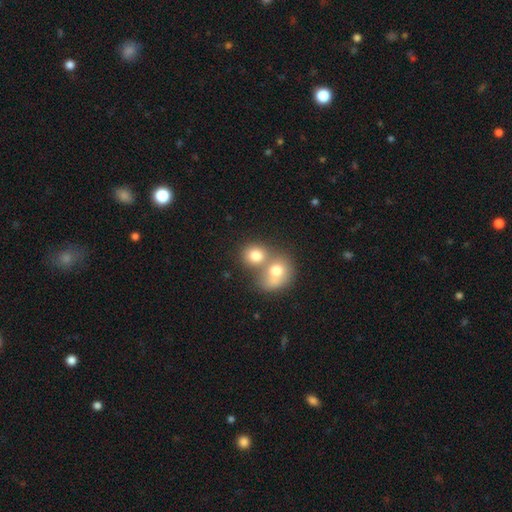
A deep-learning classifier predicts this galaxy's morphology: Smooth or featured? Predicted: smooth (p=0.76). How rounded? Predicted: round (p=0.71). Merging? Predicted: merger (p=0.58).